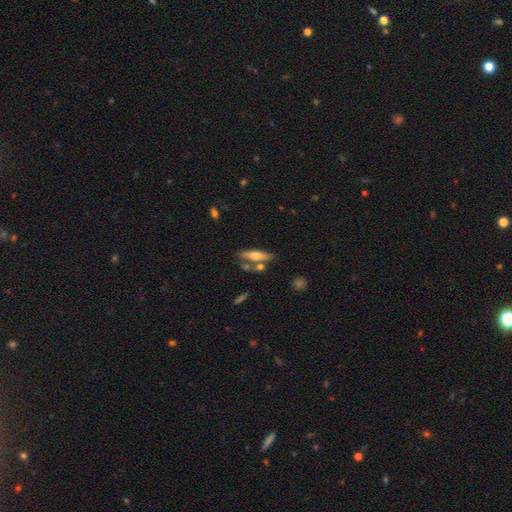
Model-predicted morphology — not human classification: A smooth galaxy with no disk features (51%) that is cigar-shaped (59%).

Vote fractions:
- Smooth or featured? smooth: 51% / featured or disk: 42% / star or artifact: 7%
- How rounded? cigar-shaped: 59% / in between: 38% / round: 3%
- Merging? none: 60% / merger: 19% / minor disturbance: 15% / major disturbance: 5%